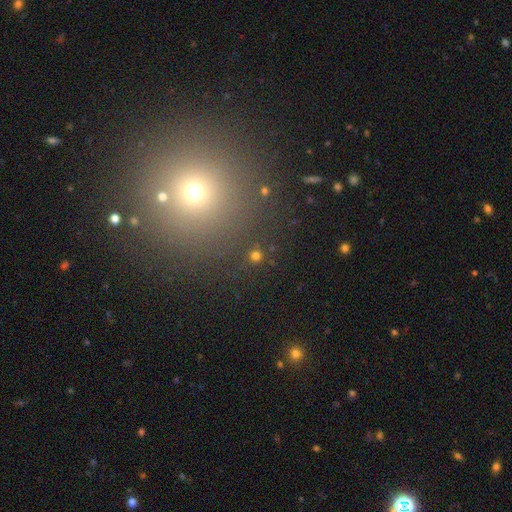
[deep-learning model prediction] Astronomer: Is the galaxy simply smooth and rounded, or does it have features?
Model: smooth — 73%.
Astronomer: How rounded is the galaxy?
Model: round — 95%.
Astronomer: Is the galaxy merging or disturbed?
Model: none — 87%.